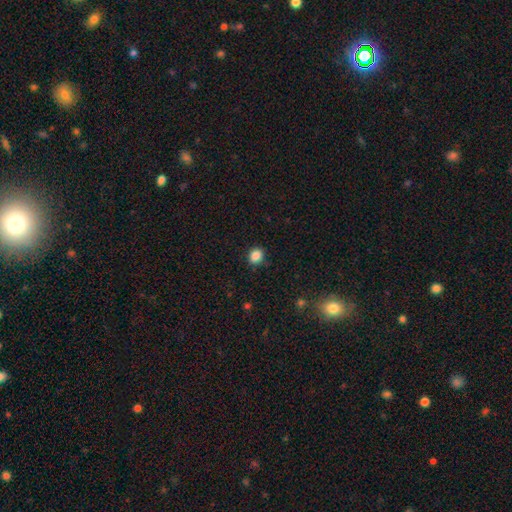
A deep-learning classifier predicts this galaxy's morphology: This appears to be a smooth galaxy with no disk features (86%) that is round (62%). Merging: none (87%).